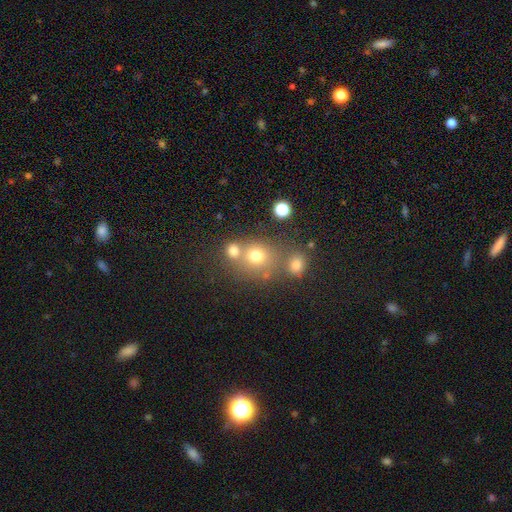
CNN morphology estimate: The model was most divided on "merging": none: 54%, merger: 32%, minor disturbance: 9%, major disturbance: 4%. More confident: how rounded — round (81%); smooth or featured — smooth (71%).